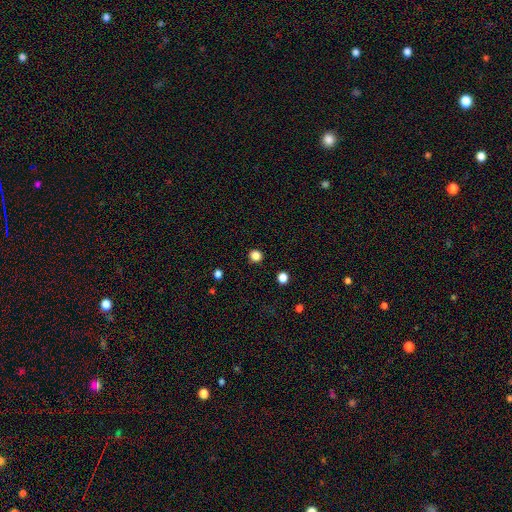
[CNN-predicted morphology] smooth-or-featured: smooth: 84% | star or artifact: 13% | featured or disk: 3%
  how-rounded: round: 93% | in between: 6% | cigar-shaped: 1%
  merging: none: 92% | minor disturbance: 5% | major disturbance: 2% | merger: 1%